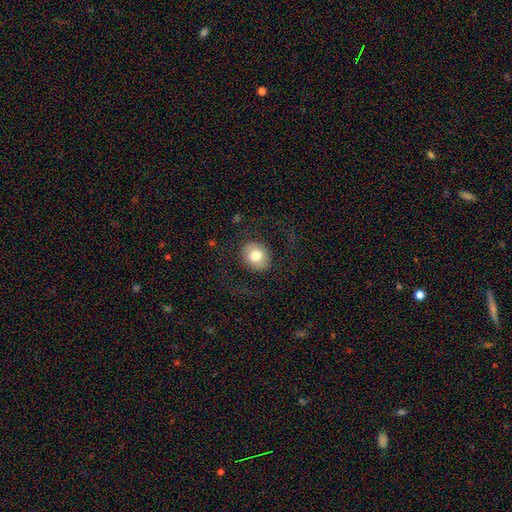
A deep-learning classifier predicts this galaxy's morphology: Overall: smooth (73%). How rounded: round (78%). Merging: none (81%).